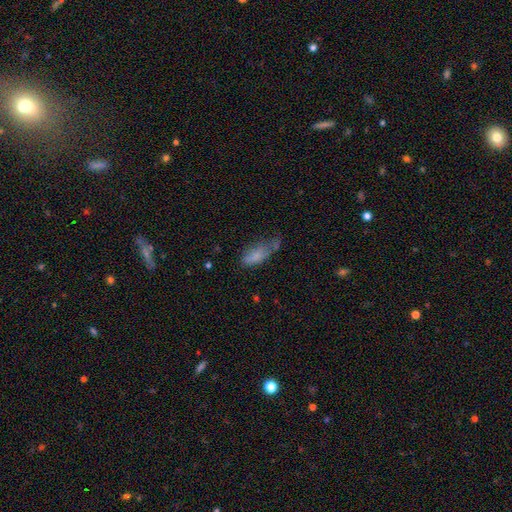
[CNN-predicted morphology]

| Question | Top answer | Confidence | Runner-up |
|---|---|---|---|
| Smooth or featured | smooth | 76% | featured or disk (14%) |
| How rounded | in between | 78% | cigar-shaped (19%) |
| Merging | minor disturbance | 33% | tied: none (33%) |